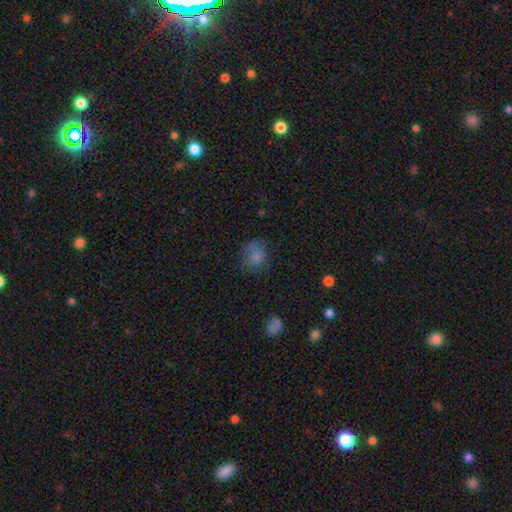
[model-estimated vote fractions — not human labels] This appears to be a smooth galaxy with no disk features (78%) that is round (66%). Merging: none (61%).